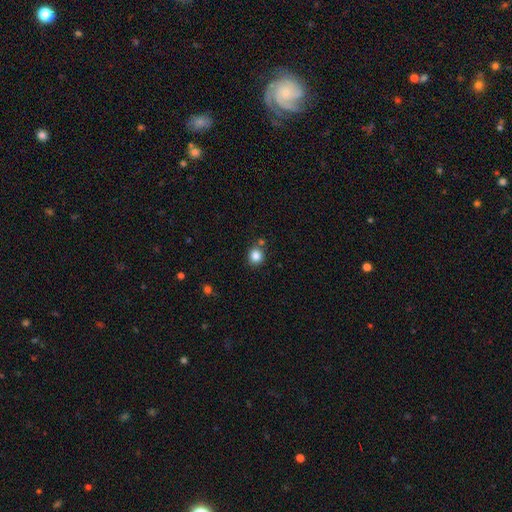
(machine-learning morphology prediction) Smooth or featured: smooth — 85% (star or artifact — 11%)
How rounded: round — 84% (in between — 16%)
Merging: none — 77% (minor disturbance — 10%)